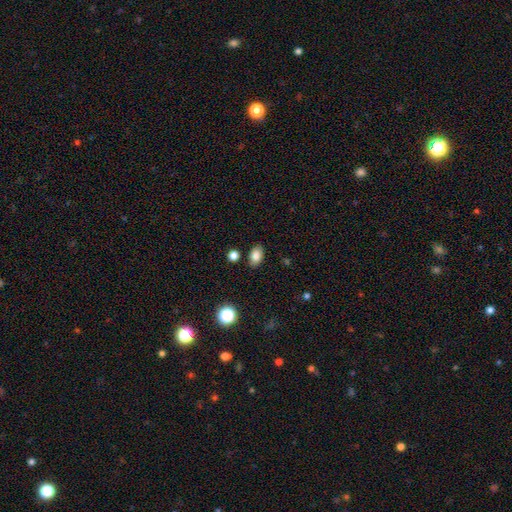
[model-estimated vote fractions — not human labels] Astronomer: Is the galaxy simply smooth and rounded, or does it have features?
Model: smooth — 83%.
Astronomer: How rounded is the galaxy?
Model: in between — 86%.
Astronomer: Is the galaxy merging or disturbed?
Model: none — 84%.